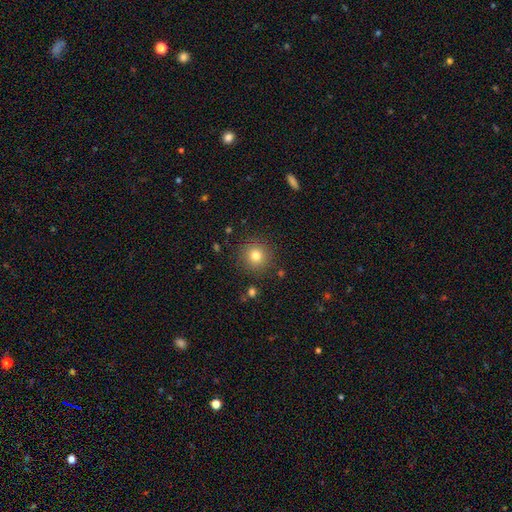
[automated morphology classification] The model was most divided on "smooth or featured": smooth: 79%, star or artifact: 13%, featured or disk: 8%. More confident: how rounded — round (94%); merging — none (89%).